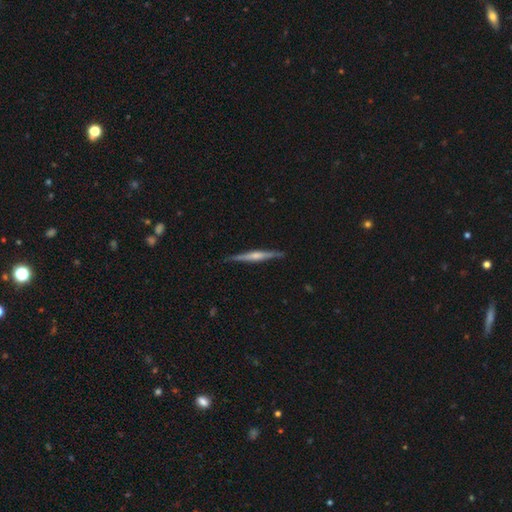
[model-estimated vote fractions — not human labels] Overall: featured or disk (70%). Edge-on disk: yes (98%). Edge-on bulge: rounded (63%). Merging: none (88%).